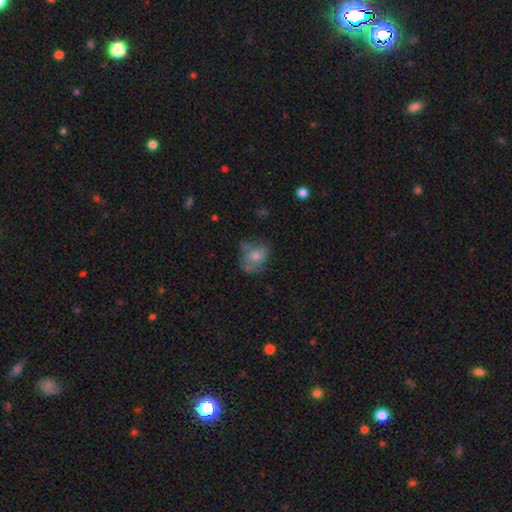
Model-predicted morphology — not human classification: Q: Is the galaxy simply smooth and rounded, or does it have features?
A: smooth — 55%.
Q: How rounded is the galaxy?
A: in between — 51%.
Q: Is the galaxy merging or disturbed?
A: none — 48%.